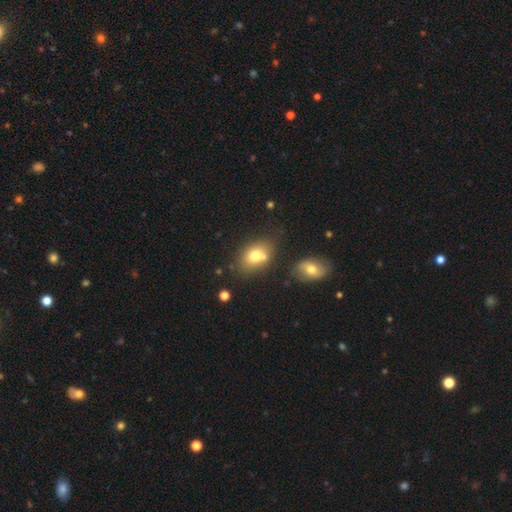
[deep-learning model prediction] This appears to be a smooth galaxy with no disk features (73%) that is in between round and cigar-shaped (72%). Merging: none (53%).